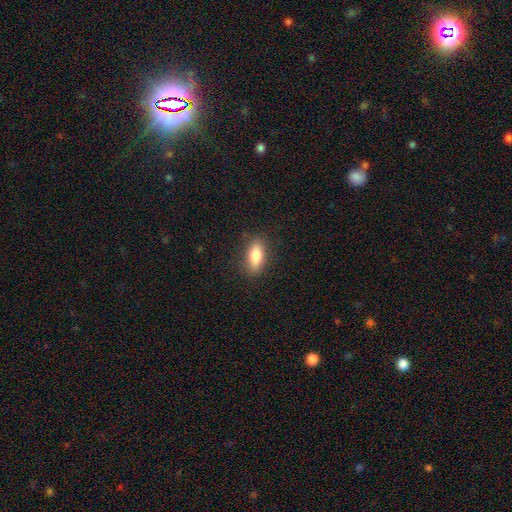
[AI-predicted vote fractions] smooth-or-featured: smooth: 78% | featured or disk: 15% | star or artifact: 7%
  how-rounded: in between: 73% | cigar-shaped: 23% | round: 3%
  merging: none: 86% | minor disturbance: 10% | major disturbance: 3% | merger: 1%